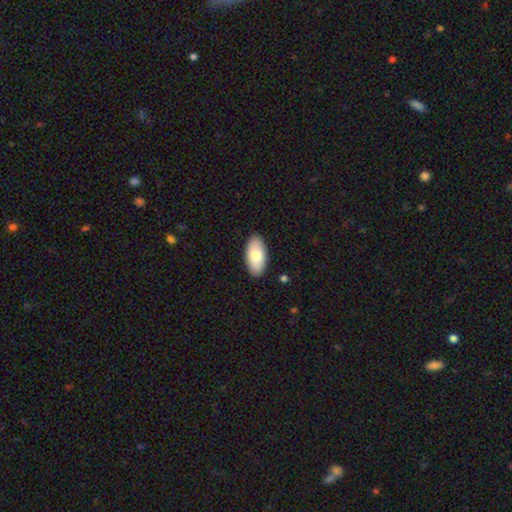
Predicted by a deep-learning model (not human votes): This appears to be a smooth galaxy with no disk features (81%) that is in between round and cigar-shaped (94%). Merging: none (89%).